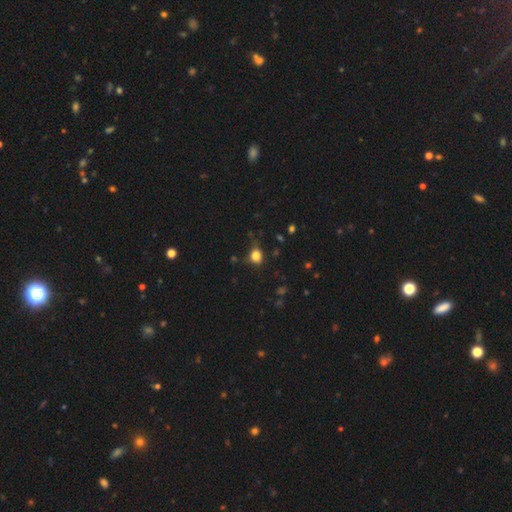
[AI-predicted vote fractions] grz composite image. It shows a smooth galaxy with no disk features (81%) that is round (60%). Merging: none (64%).